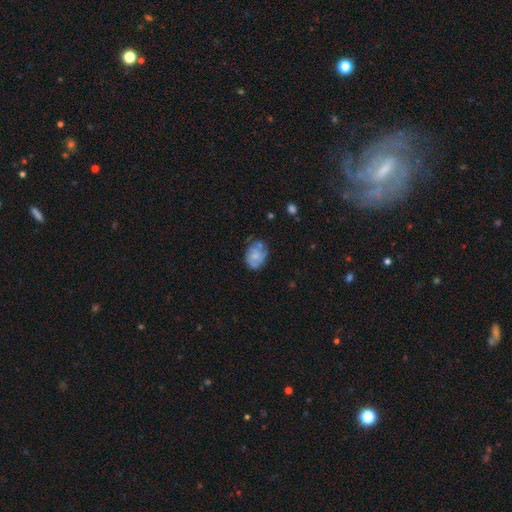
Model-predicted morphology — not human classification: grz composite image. It shows a smooth galaxy with no disk features (50%) that is in between round and cigar-shaped (66%). Merging: none (52%).